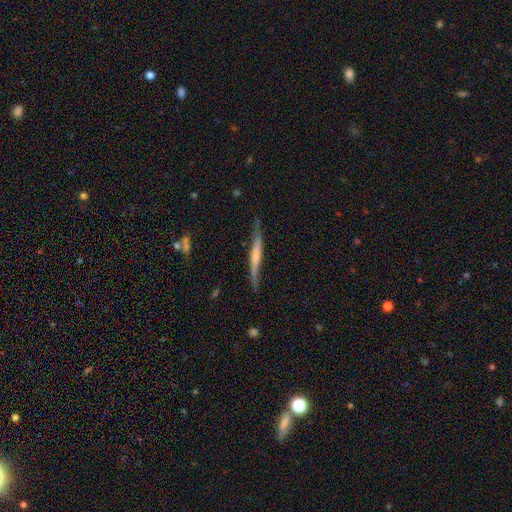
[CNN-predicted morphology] Smooth or featured? featured or disk (60%)
Edge-on disk? yes (90%)
Edge-on bulge? none (47%)
Merging? none (68%)